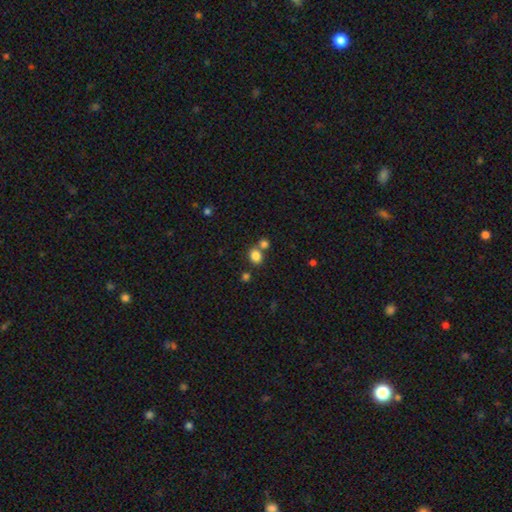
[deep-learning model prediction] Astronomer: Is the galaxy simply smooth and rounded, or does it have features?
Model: smooth — 83%.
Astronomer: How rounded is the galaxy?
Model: round — 62%.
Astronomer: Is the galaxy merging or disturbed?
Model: none — 61%.